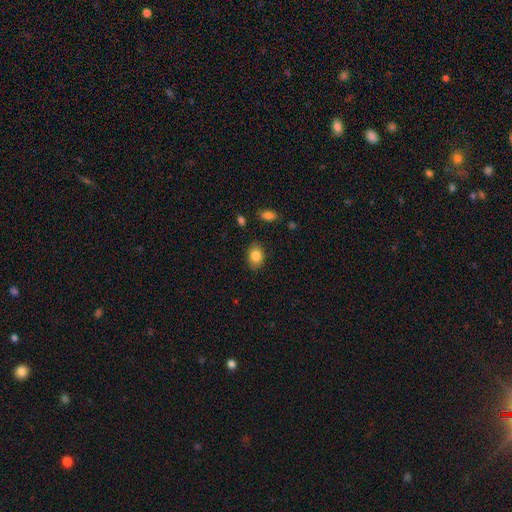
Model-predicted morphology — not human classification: Overall: smooth (84%). How rounded: in between (72%). Merging: none (85%).